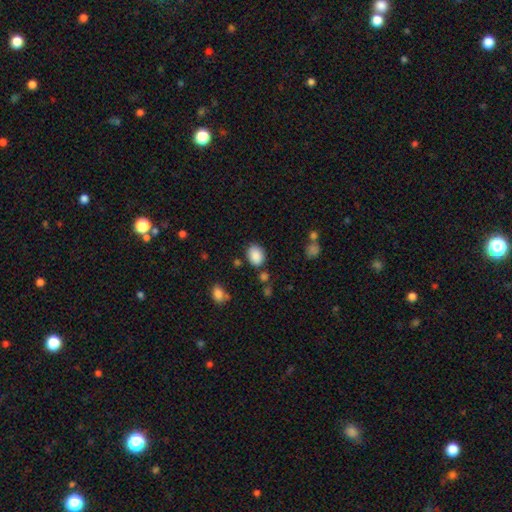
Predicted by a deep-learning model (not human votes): Morphology: type=smooth (87%); roundness=in between (65%); merging=none (78%).